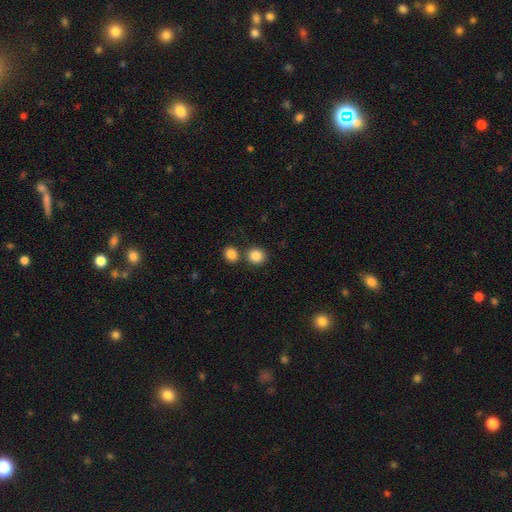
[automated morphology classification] The model was most divided on "merging": none: 71%, merger: 18%, minor disturbance: 8%, major disturbance: 3%. More confident: smooth or featured — smooth (85%); how rounded — round (82%).